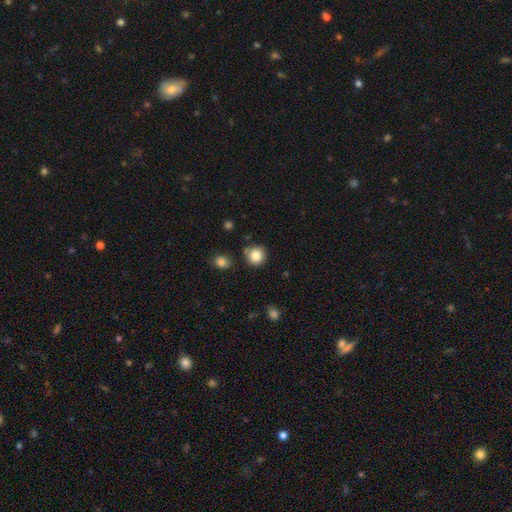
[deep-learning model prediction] Smooth or featured? Predicted: smooth (p=0.84). How rounded? Predicted: round (p=0.90). Merging? Predicted: none (p=0.78).